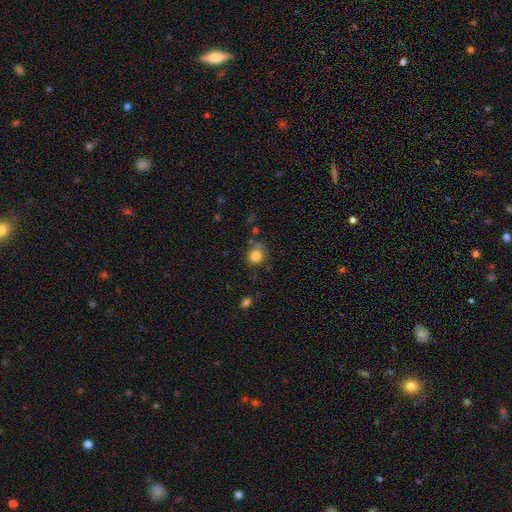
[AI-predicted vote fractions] smooth-or-featured: smooth: 82% | star or artifact: 11% | featured or disk: 7%
  how-rounded: round: 85% | in between: 14% | cigar-shaped: 1%
  merging: none: 70% | minor disturbance: 16% | merger: 8% | major disturbance: 5%